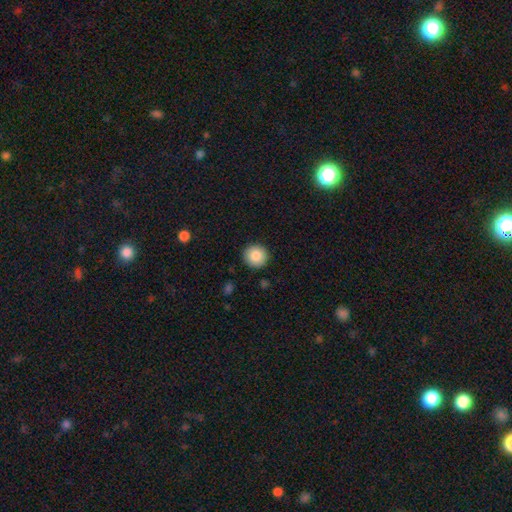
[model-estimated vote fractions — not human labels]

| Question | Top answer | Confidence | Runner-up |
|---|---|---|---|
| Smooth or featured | smooth | 87% | star or artifact (8%) |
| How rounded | round | 95% | in between (4%) |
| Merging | none | 92% | minor disturbance (6%) |